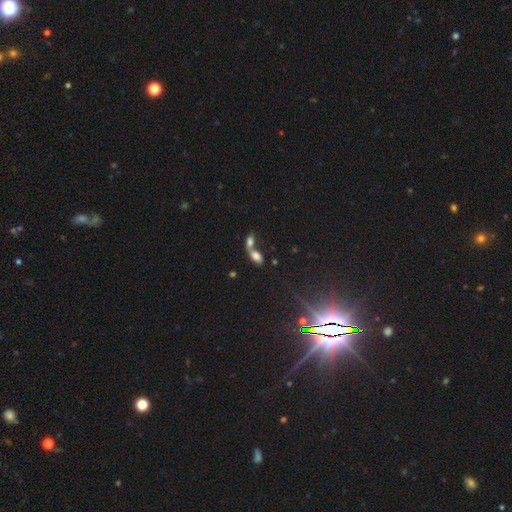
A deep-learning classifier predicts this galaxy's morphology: Smooth or featured? Predicted: smooth (p=0.73). How rounded? Predicted: in between (p=0.87). Merging? Predicted: merger (p=0.70).